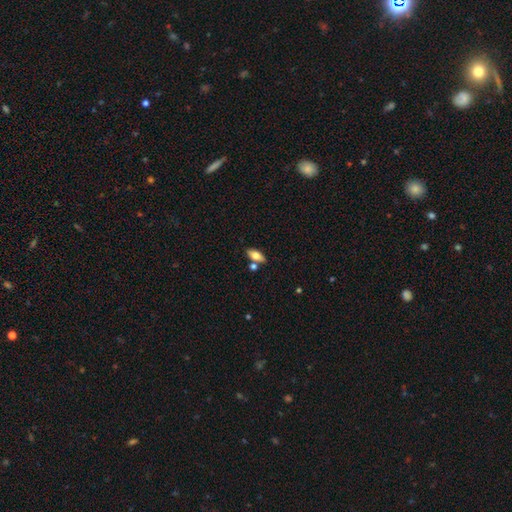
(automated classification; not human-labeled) Morphology: type=smooth (70%); roundness=in between (85%); merging=none (71%).